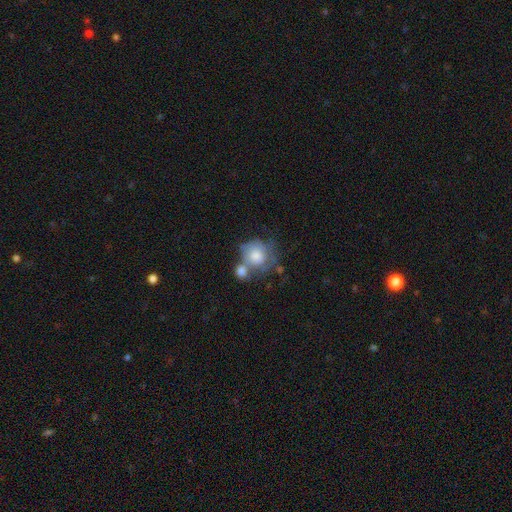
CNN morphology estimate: Smooth or featured?
  - smooth: 70% *
  - featured or disk: 23%
  - star or artifact: 7%
How rounded?
  - round: 80% *
  - in between: 19%
  - cigar-shaped: 1%
Merging?
  - merger: 41% *
  - none: 29%
  - minor disturbance: 17%
  - major disturbance: 13%